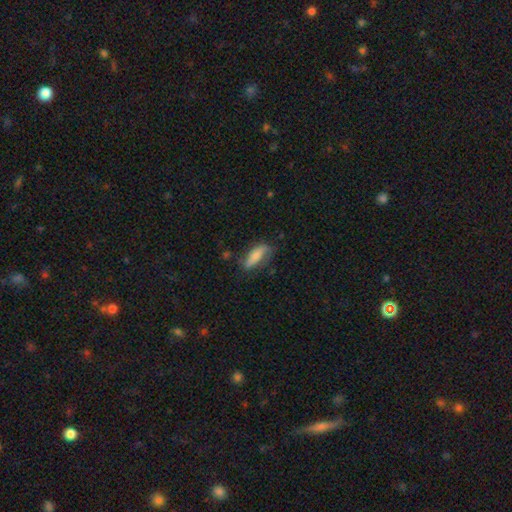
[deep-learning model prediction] This is possibly a smooth galaxy (55%). How rounded: likely in between (62%). Merging: likely none (65%).